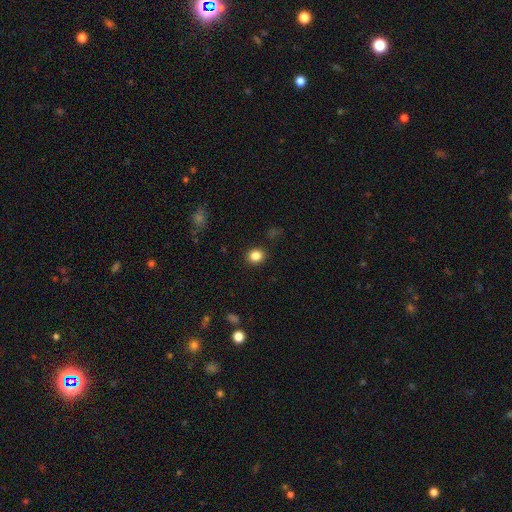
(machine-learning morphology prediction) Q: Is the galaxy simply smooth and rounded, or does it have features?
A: smooth — 85%.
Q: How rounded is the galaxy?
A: round — 74%.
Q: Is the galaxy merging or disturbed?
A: none — 90%.